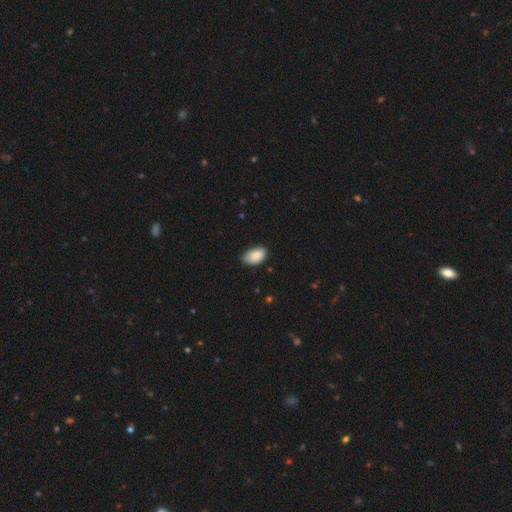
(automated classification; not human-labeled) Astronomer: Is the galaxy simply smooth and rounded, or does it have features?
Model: smooth — 88%.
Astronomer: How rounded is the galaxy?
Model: in between — 93%.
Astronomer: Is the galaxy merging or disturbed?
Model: none — 71%.